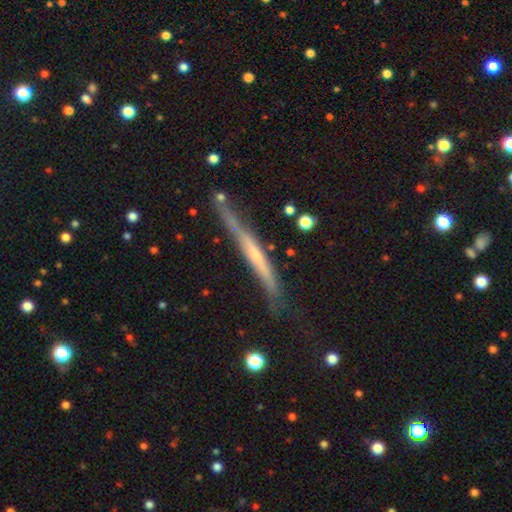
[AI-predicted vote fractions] A featured or disk galaxy (61%) viewed edge-on (93%) with no central bulge (65%). Merging: none (64%).